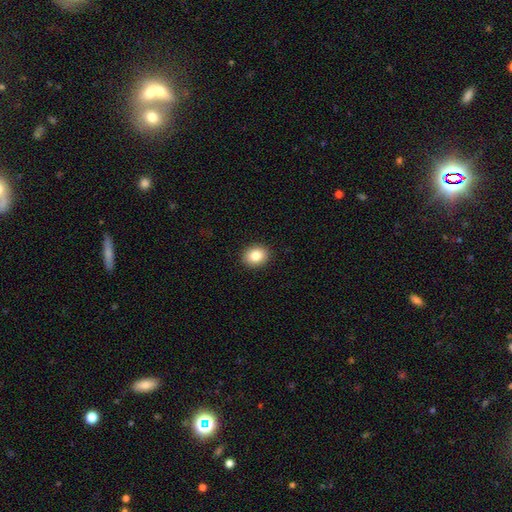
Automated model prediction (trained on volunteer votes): Morphology: type=smooth (84%); roundness=round (57%); merging=none (92%).